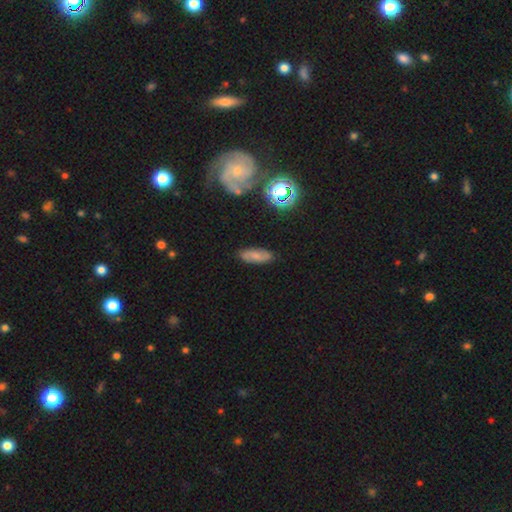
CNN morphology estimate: A smooth galaxy with no disk features (58%) that is in between round and cigar-shaped (73%). Merging: none (83%).